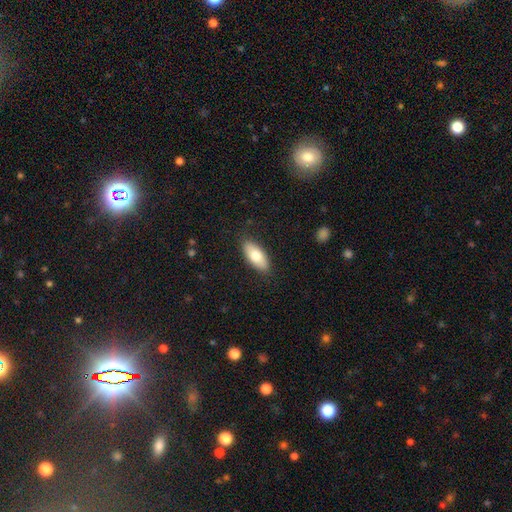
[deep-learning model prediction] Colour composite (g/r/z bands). It shows a smooth galaxy with no disk features (76%) that is in between round and cigar-shaped (87%). Merging: none (86%).